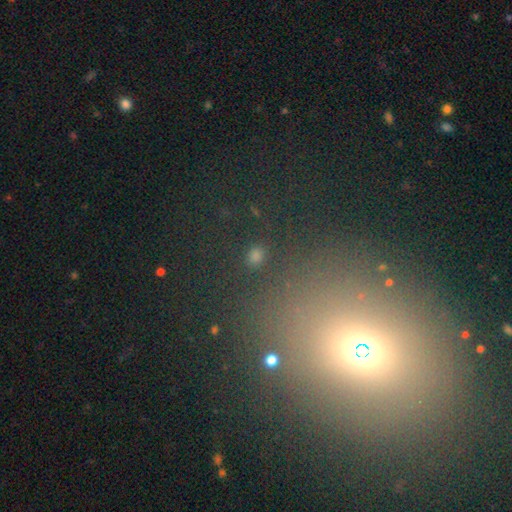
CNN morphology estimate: type=smooth (48%); merging=none (81%).